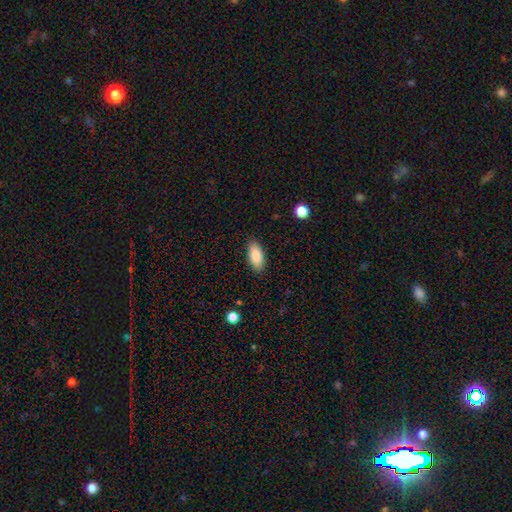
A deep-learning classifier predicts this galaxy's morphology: Smooth or featured?
  - smooth: 84% *
  - featured or disk: 10%
  - star or artifact: 7%
How rounded?
  - in between: 88% *
  - cigar-shaped: 9%
  - round: 3%
Merging?
  - none: 88% *
  - minor disturbance: 9%
  - major disturbance: 2%
  - merger: 1%